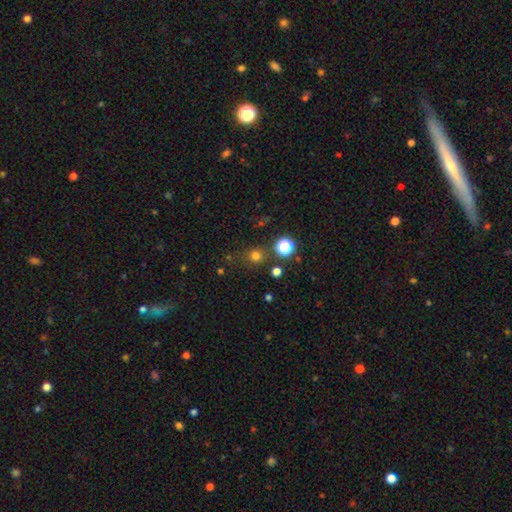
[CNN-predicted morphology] Q: Smooth or featured?
A: smooth (71%); runner-up: star or artifact (23%)
Q: How rounded?
A: round (90%); runner-up: in between (9%)
Q: Merging?
A: none (80%); runner-up: minor disturbance (10%)